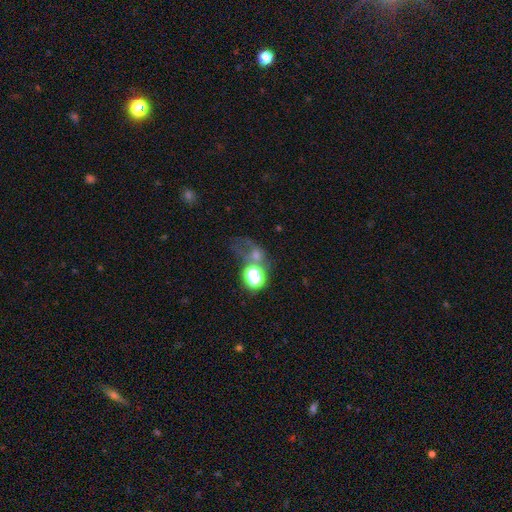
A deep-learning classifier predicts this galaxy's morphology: The model was most divided on "smooth or featured": star or artifact: 42%, smooth: 38%, featured or disk: 20%.